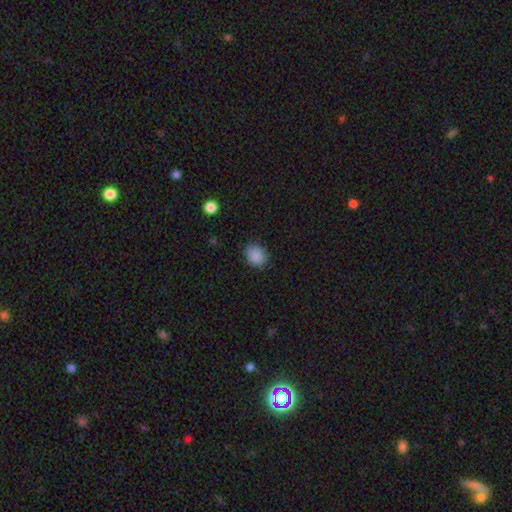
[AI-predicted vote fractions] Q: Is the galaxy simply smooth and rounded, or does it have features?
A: smooth — 88%.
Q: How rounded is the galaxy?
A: round — 55%.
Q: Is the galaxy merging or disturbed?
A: none — 83%.